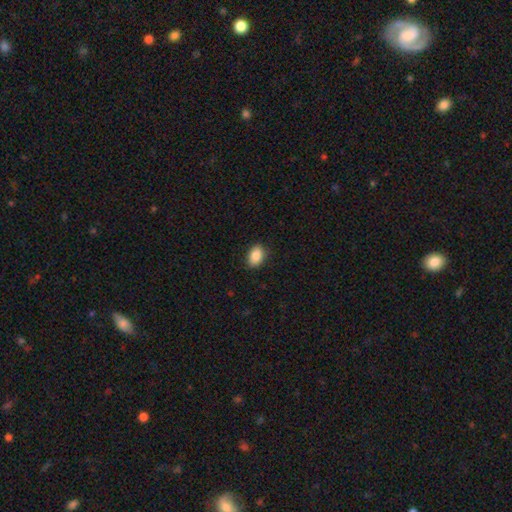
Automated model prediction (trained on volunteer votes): Q: Smooth or featured?
A: smooth (88%); runner-up: star or artifact (8%)
Q: How rounded?
A: in between (85%); runner-up: round (13%)
Q: Merging?
A: none (87%); runner-up: minor disturbance (10%)